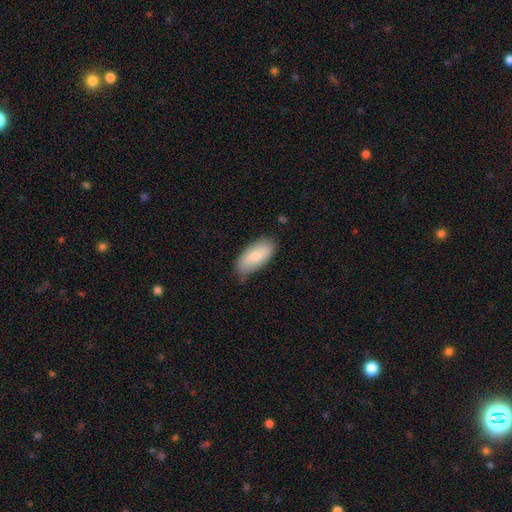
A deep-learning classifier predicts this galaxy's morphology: Overall: smooth (80%). How rounded: in between (91%). Merging: none (74%).